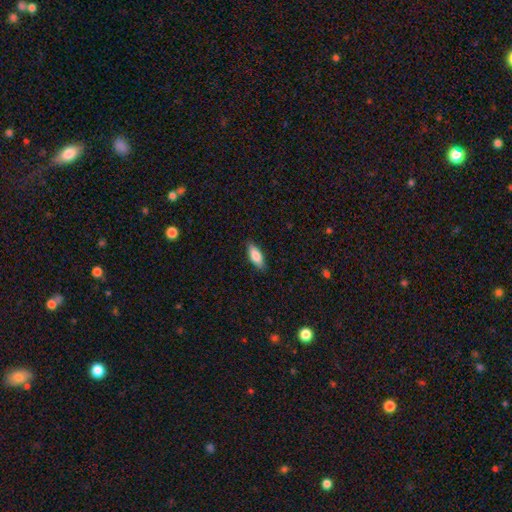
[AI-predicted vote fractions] smooth 82%, featured or disk 12%, star or artifact 6%. Down the decision tree: how rounded — in between (74%); merging — none (86%).